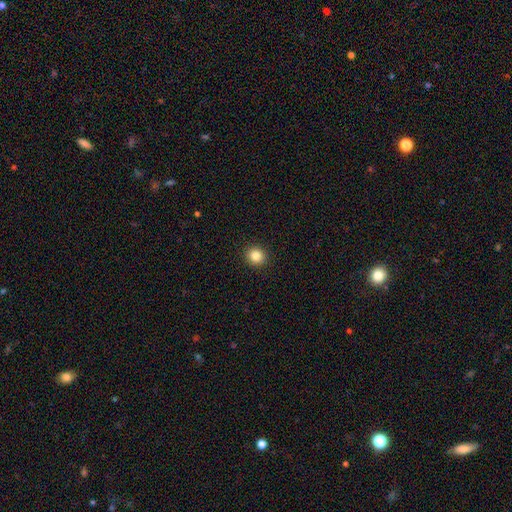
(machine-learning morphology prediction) Smooth or featured: smooth — 85% (star or artifact — 11%)
How rounded: round — 90% (in between — 9%)
Merging: none — 93% (minor disturbance — 4%)